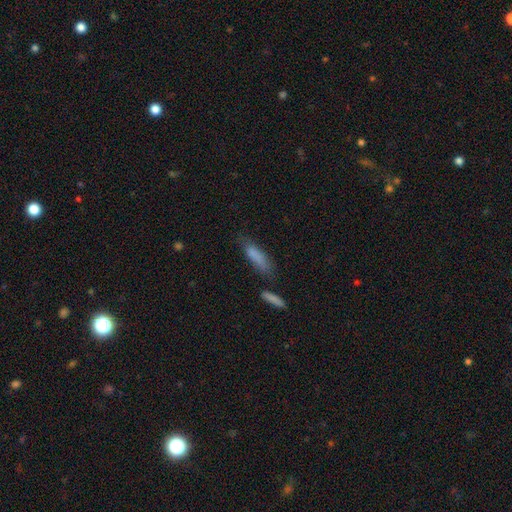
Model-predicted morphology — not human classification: Overall: smooth (79%). How rounded: cigar-shaped (67%; in between 31%). Merging: none (54%; minor disturbance 23%).